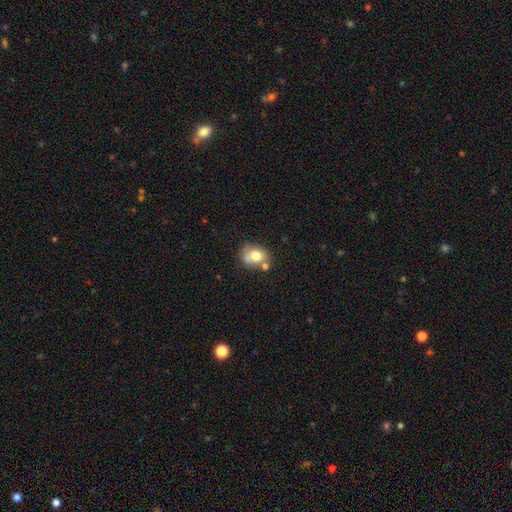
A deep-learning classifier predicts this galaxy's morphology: Smooth or featured: smooth — 71% (featured or disk — 19%)
How rounded: round — 51% (in between — 48%)
Merging: none — 48% (merger — 25%)